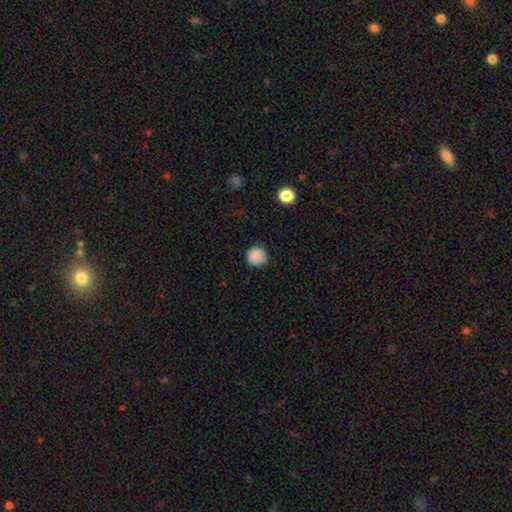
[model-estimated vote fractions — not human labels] This is clearly a smooth galaxy (88%). How rounded: clearly round (93%). Merging: clearly none (87%).